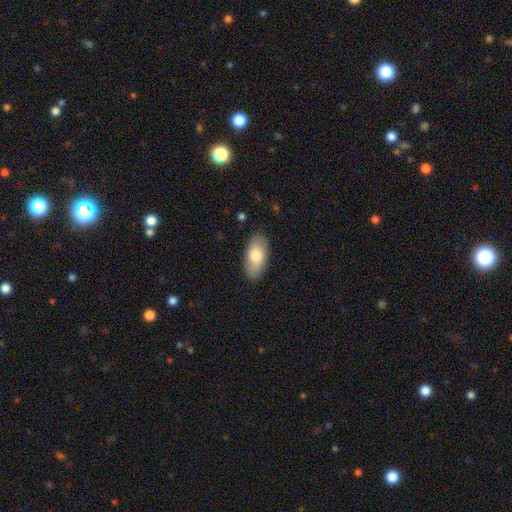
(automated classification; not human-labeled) Q: Smooth or featured?
A: smooth (78%); runner-up: featured or disk (16%)
Q: How rounded?
A: in between (92%); runner-up: cigar-shaped (5%)
Q: Merging?
A: none (86%); runner-up: minor disturbance (11%)